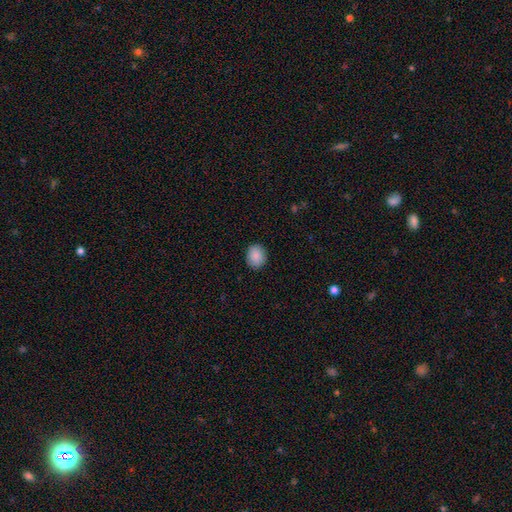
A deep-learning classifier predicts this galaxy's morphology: Smooth or featured? smooth (89%)
How rounded? round (56%)
Merging? none (88%)